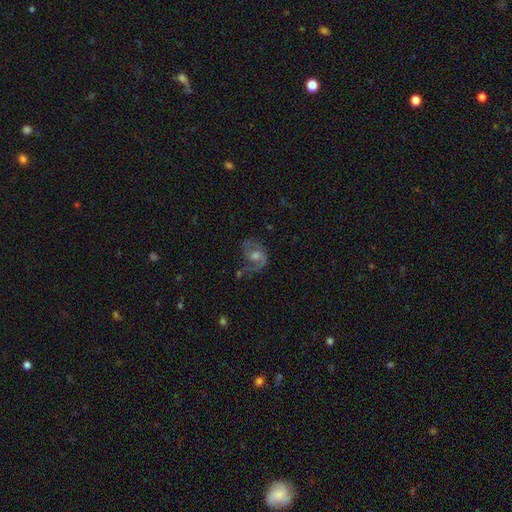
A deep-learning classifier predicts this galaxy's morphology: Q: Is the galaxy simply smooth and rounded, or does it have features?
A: featured or disk — 78%.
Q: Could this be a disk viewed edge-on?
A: no — 97%.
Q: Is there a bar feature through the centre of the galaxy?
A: no — 58%.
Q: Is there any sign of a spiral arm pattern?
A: yes — 92%.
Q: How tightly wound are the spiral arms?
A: medium — 51%.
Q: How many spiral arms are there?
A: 2 — 75%.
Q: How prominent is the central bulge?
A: moderate — 60%.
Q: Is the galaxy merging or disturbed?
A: none — 60%.